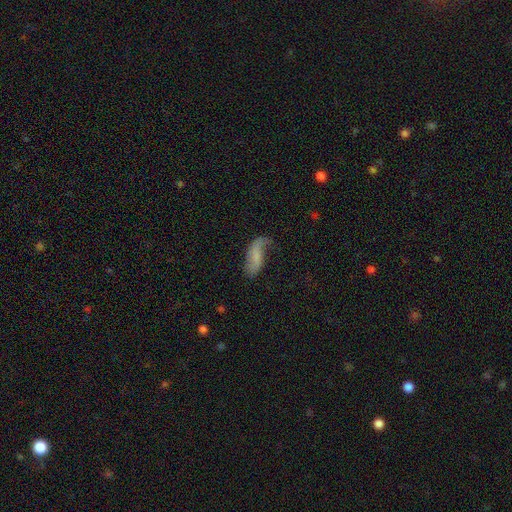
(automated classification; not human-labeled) Smooth or featured? smooth (46%, tied with featured or disk)
Merging? none (45%)